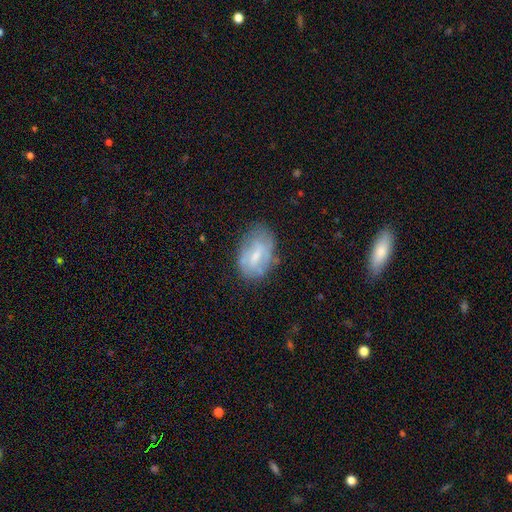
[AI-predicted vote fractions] Smooth or featured? Predicted: featured or disk (p=0.47). Merging? Predicted: none (p=0.61).